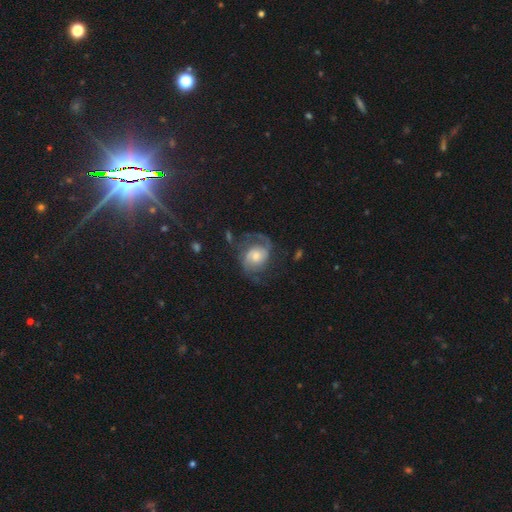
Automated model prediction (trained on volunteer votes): Smooth or featured? Predicted: featured or disk (p=0.74). Edge-on disk? Predicted: no (p=0.98). Bar? Predicted: no (p=0.65). Spiral arms? Predicted: yes (p=0.92). Spiral winding? Predicted: medium (p=0.46). Spiral arm count? Predicted: 2 (p=0.77). Bulge size? Predicted: moderate (p=0.49). Merging? Predicted: none (p=0.54).